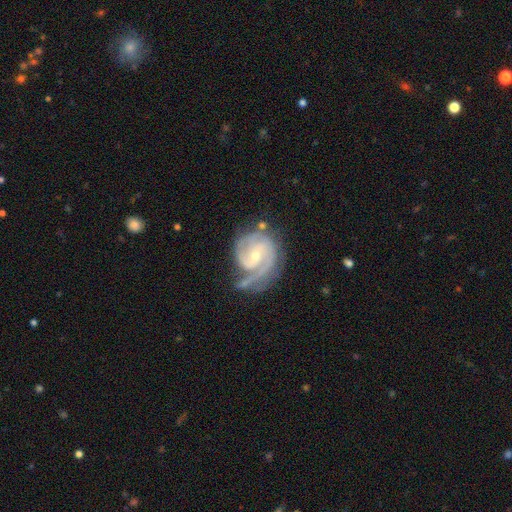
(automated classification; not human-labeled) Q: Smooth or featured?
A: featured or disk (90%); runner-up: smooth (6%)
Q: Edge-on disk?
A: no (98%); runner-up: yes (2%)
Q: Bar?
A: weak (46%); runner-up: no (42%)
Q: Spiral arms?
A: yes (98%); runner-up: no (2%)
Q: Spiral winding?
A: tight (53%); runner-up: medium (39%)
Q: Spiral arm count?
A: 2 (50%); runner-up: 3 (20%)
Q: Bulge size?
A: small (65%); runner-up: moderate (31%)
Q: Merging?
A: none (51%); runner-up: minor disturbance (26%)